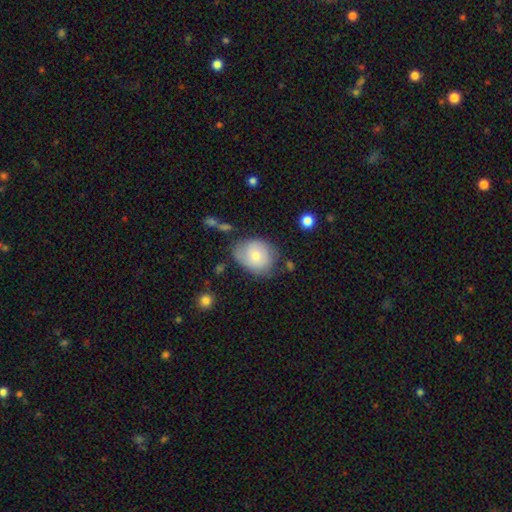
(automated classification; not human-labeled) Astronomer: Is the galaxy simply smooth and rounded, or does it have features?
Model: smooth — 63%.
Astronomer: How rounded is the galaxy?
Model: round — 52% (runner-up: in between, 47%).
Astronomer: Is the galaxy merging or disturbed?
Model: none — 59%.